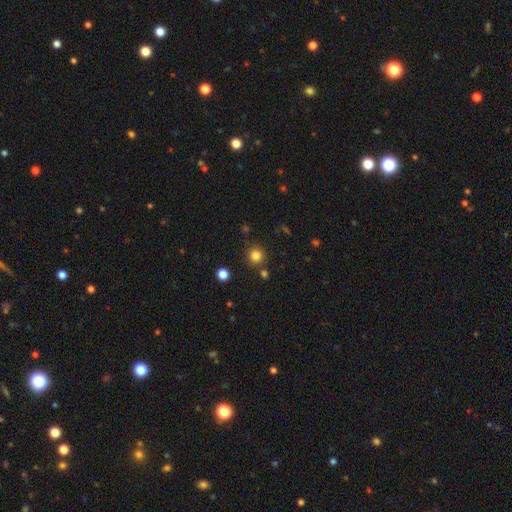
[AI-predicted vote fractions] Overall: smooth (82%). How rounded: round (93%). Merging: none (83%).